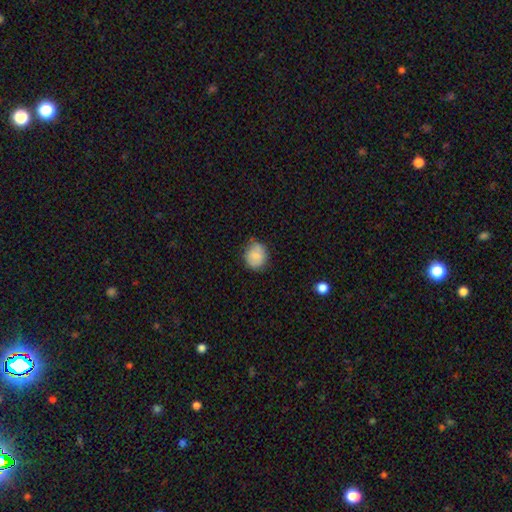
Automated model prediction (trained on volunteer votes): The model was most divided on "how rounded": round: 68%, in between: 31%, cigar-shaped: 1%. More confident: smooth or featured — smooth (81%); merging — none (75%).